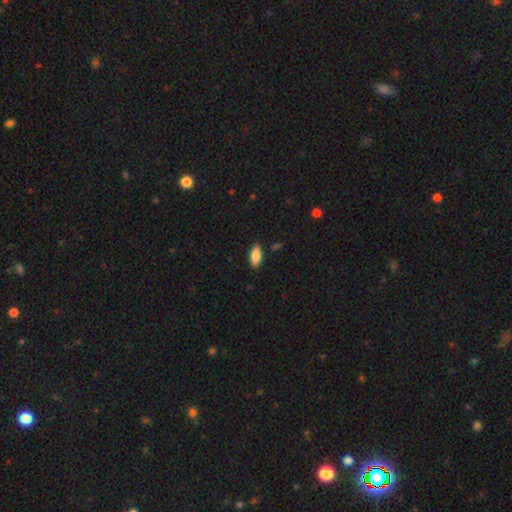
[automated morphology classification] Overall: smooth (84%). How rounded: in between (87%). Merging: none (85%).